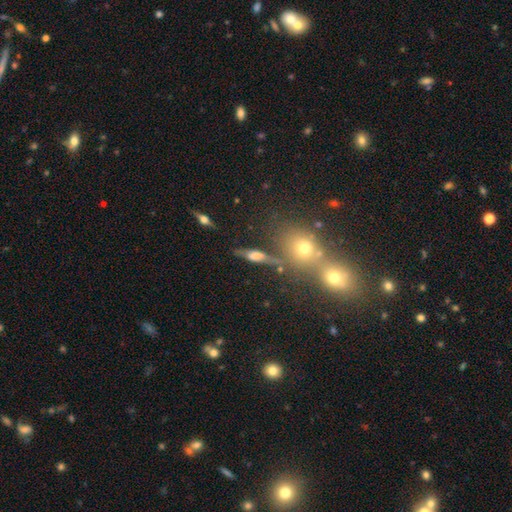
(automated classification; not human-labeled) featured or disk 50%, smooth 32%, star or artifact 18%. Down the decision tree: edge-on disk — yes (83%); merging — none (70%).